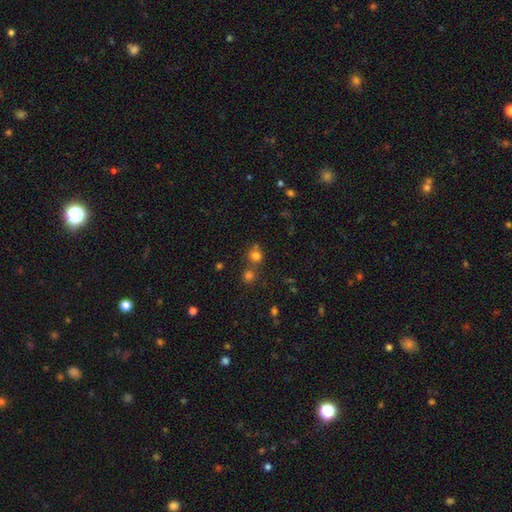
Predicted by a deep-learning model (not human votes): The model was most divided on "merging": none: 58%, merger: 29%, minor disturbance: 9%, major disturbance: 4%. More confident: how rounded — round (83%); smooth or featured — smooth (72%).